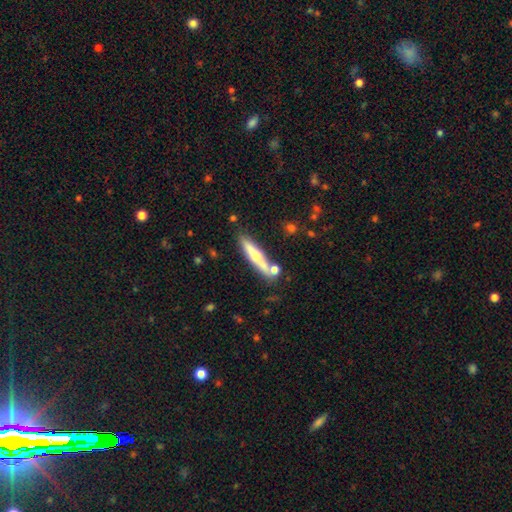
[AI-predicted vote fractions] Smooth or featured?
  - smooth: 49% *
  - featured or disk: 45%
  - star or artifact: 6%
Merging?
  - none: 73% *
  - minor disturbance: 13%
  - merger: 11%
  - major disturbance: 3%